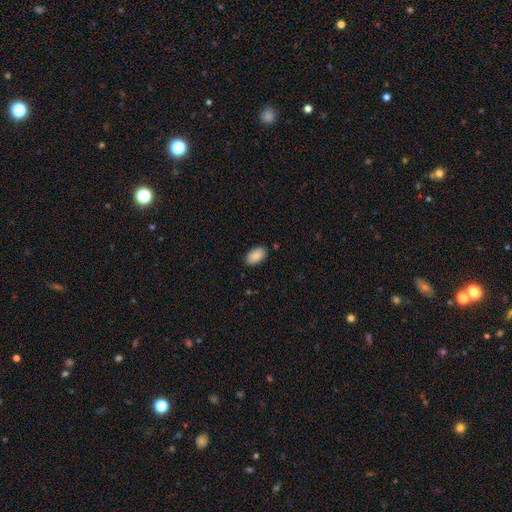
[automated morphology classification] type=smooth (90%); roundness=in between (95%); merging=none (87%).